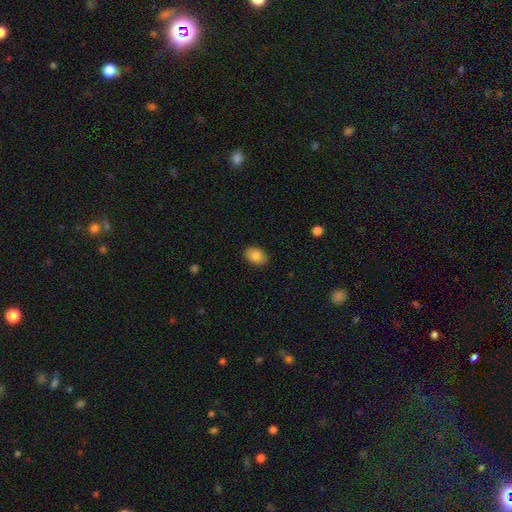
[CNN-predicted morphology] The model was most divided on "how rounded": in between: 80%, round: 19%, cigar-shaped: 1%. More confident: merging — none (88%); smooth or featured — smooth (84%).